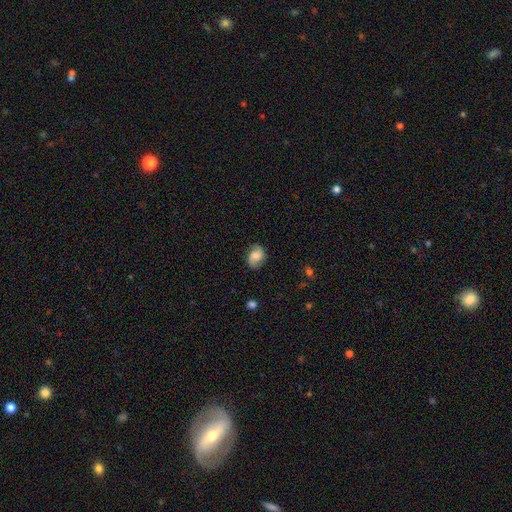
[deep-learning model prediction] Overall: smooth (62%; featured or disk 29%). How rounded: in between (65%; round 33%). Merging: none (76%).